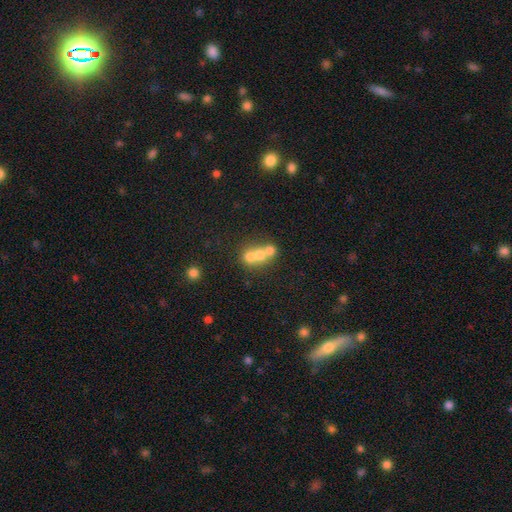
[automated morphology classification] A smooth galaxy with no disk features (60%) that is round (75%).

Vote fractions:
- Smooth or featured? smooth: 60% / featured or disk: 27% / star or artifact: 13%
- How rounded? round: 75% / in between: 24% / cigar-shaped: 1%
- Merging? merger: 65% / none: 26% / minor disturbance: 5% / major disturbance: 3%